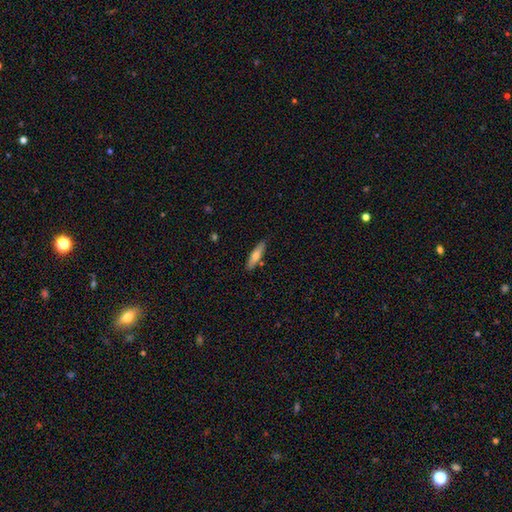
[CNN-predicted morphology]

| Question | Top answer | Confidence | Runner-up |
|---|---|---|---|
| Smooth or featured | smooth | 62% | featured or disk (32%) |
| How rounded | cigar-shaped | 69% | in between (29%) |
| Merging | none | 85% | minor disturbance (10%) |